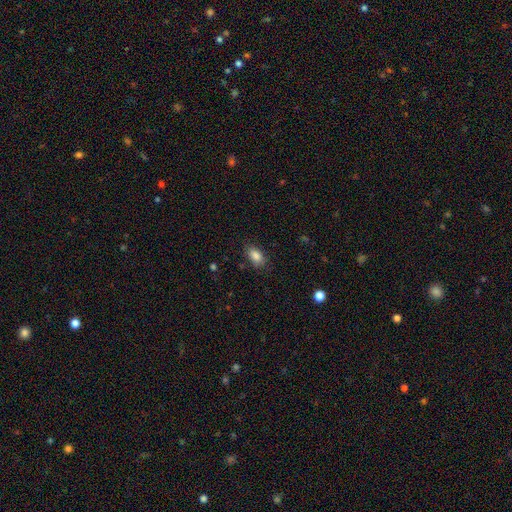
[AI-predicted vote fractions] Smooth or featured?
  - smooth: 86% *
  - star or artifact: 8%
  - featured or disk: 6%
How rounded?
  - in between: 89% *
  - round: 8%
  - cigar-shaped: 3%
Merging?
  - none: 81% *
  - minor disturbance: 14%
  - major disturbance: 4%
  - merger: 1%